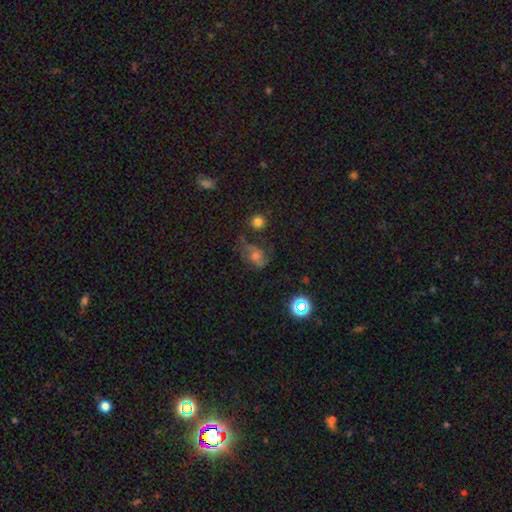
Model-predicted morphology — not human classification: Smooth or featured?
  - featured or disk: 43% *
  - smooth: 32%
  - star or artifact: 24%
Merging?
  - none: 53% *
  - minor disturbance: 22%
  - major disturbance: 20%
  - merger: 5%